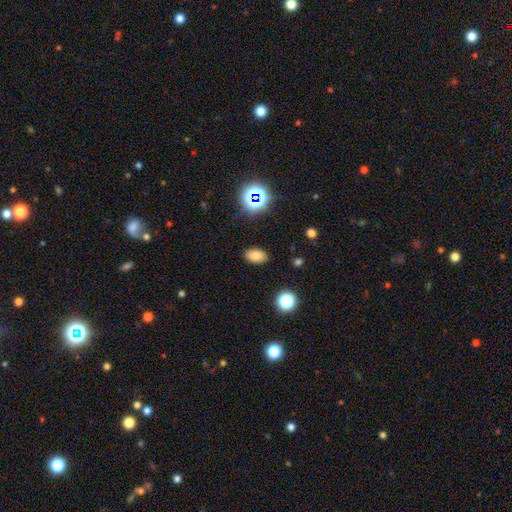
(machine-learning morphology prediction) The model was most divided on "smooth or featured": smooth: 78%, star or artifact: 15%, featured or disk: 7%. More confident: how rounded — in between (89%); merging — none (87%).